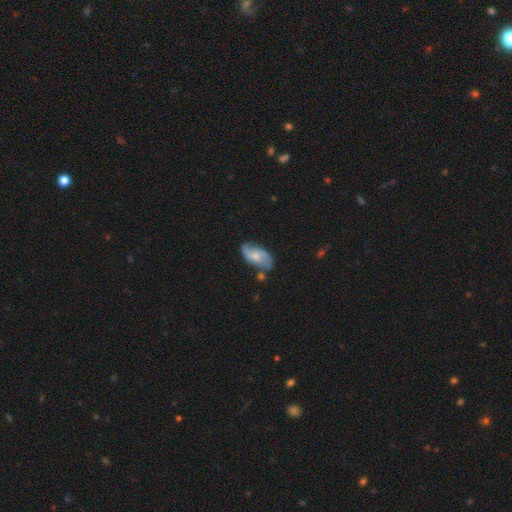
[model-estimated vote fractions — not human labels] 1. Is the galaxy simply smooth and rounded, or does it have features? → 66% featured or disk, 28% smooth, 6% star or artifact.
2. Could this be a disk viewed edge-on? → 95% no, 5% yes.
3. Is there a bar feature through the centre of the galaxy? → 54% no, 39% weak, 7% strong.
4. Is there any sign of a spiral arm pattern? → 89% yes, 11% no.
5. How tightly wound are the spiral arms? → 42% medium, 41% loose, 17% tight.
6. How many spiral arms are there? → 82% 2, 10% can't tell, 3% 3, 2% 1, 1% 4, 1% more than 4.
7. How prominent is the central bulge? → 47% small, 40% moderate, 8% none, 3% large, 1% dominant.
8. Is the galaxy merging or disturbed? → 64% none, 23% minor disturbance, 7% major disturbance, 6% merger.